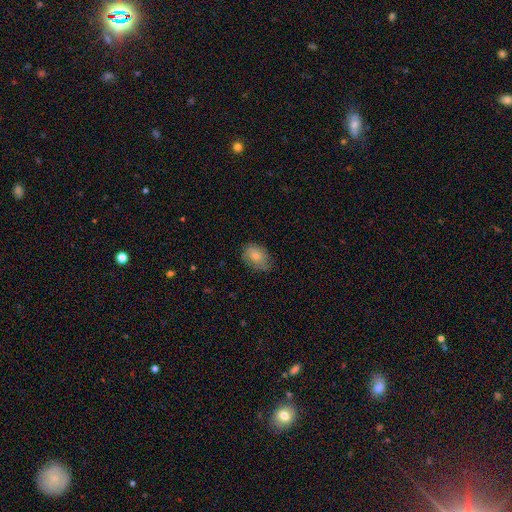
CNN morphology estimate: smooth-or-featured: smooth: 72% | featured or disk: 21% | star or artifact: 7%
  how-rounded: in between: 76% | round: 22% | cigar-shaped: 1%
  merging: none: 69% | minor disturbance: 24% | major disturbance: 5% | merger: 1%